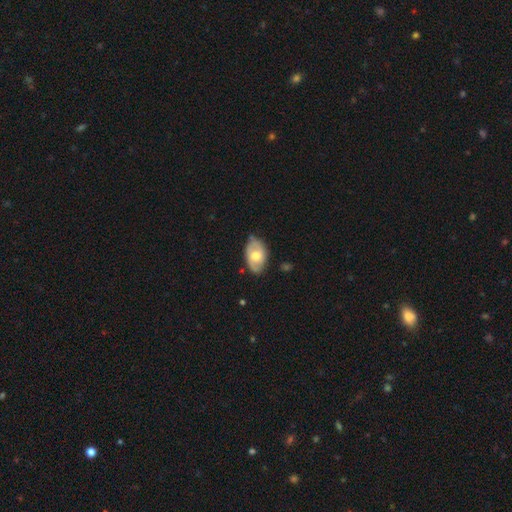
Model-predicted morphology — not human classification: smooth-or-featured: featured or disk: 49% | smooth: 45% | star or artifact: 6%
  merging: none: 72% | minor disturbance: 22% | major disturbance: 4% | merger: 2%